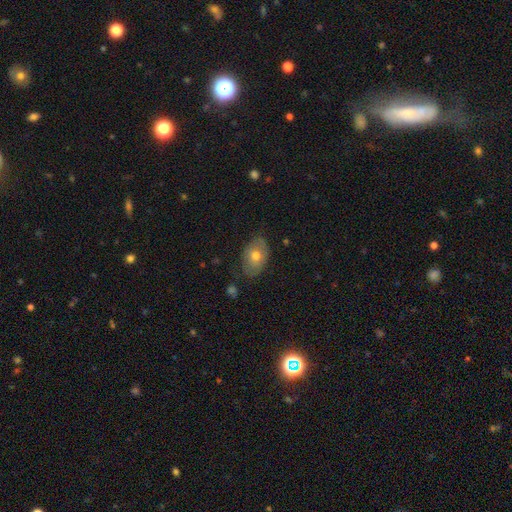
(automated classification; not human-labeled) The model was most divided on "smooth or featured": smooth: 67%, featured or disk: 26%, star or artifact: 8%. More confident: how rounded — in between (85%); merging — none (74%).